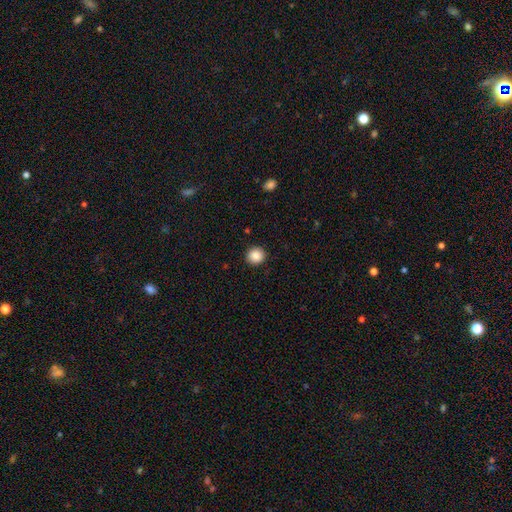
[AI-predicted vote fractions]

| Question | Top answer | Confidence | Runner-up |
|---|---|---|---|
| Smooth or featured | smooth | 87% | star or artifact (9%) |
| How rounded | round | 93% | in between (6%) |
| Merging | none | 92% | minor disturbance (5%) |